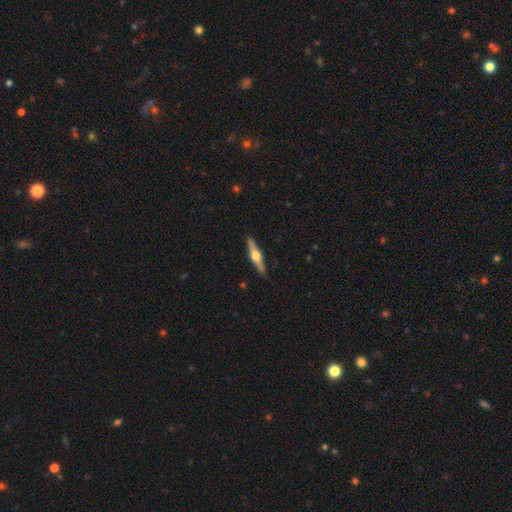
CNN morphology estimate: Smooth or featured? Predicted: featured or disk (p=0.67). Edge-on disk? Predicted: yes (p=0.97). Edge-on bulge? Predicted: rounded (p=0.95). Merging? Predicted: none (p=0.91).